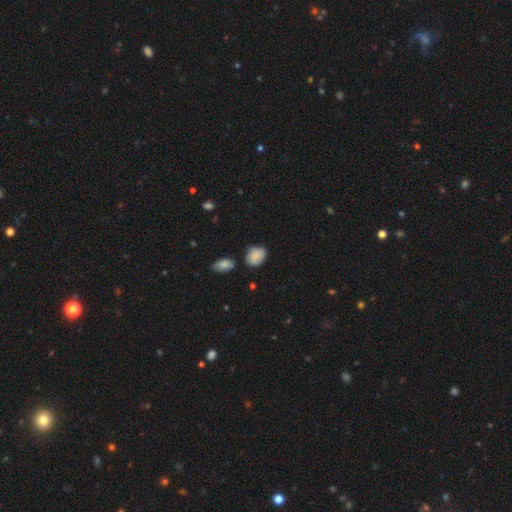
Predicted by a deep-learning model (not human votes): Overall: smooth (83%). How rounded: in between (62%; round 37%). Merging: none (64%; minor disturbance 25%).